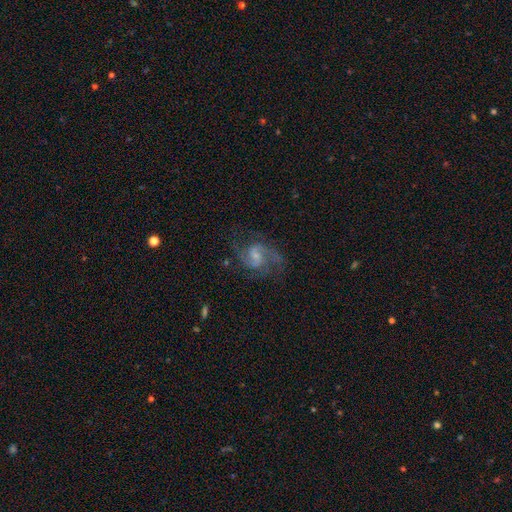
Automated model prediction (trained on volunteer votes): Smooth or featured? featured or disk (83%)
Edge-on disk? no (98%)
Bar? weak (55%)
Spiral arms? yes (95%)
Spiral winding? medium (55%)
Spiral arm count? 2 (83%)
Bulge size? small (52%)
Merging? none (68%)